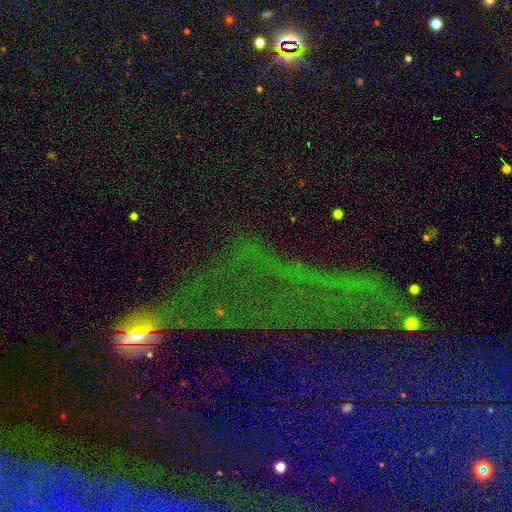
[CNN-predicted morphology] star or artifact 68%, featured or disk 16%, smooth 15%.